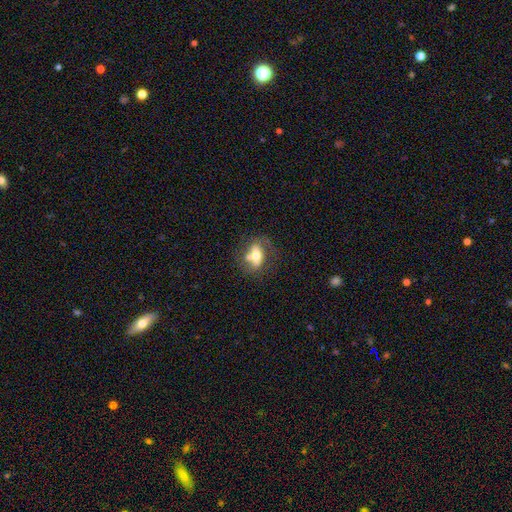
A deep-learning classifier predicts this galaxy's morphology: smooth 50%, featured or disk 41%, star or artifact 9%. Down the decision tree: how rounded — in between (73%); merging — none (46%).